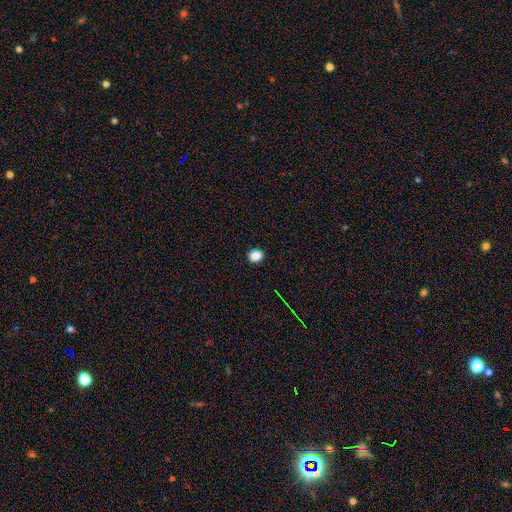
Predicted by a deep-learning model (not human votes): smooth-or-featured: smooth: 86% | star or artifact: 11% | featured or disk: 3%
  how-rounded: round: 68% | in between: 31% | cigar-shaped: 1%
  merging: none: 91% | minor disturbance: 6% | major disturbance: 2% | merger: 1%